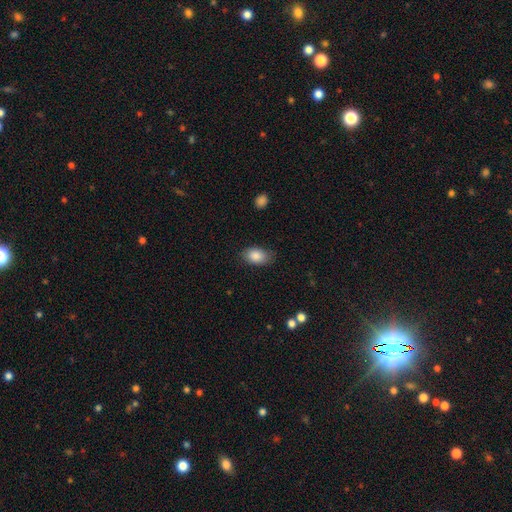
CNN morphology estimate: smooth_or_featured: smooth (p=0.86) [alt: star or artifact p=0.07]
how_rounded: in between (p=0.90) [alt: round p=0.09]
merging: none (p=0.82) [alt: minor disturbance p=0.13]